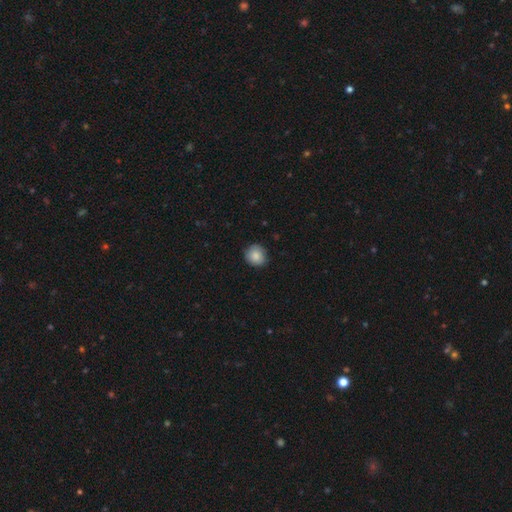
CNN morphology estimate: A smooth galaxy with no disk features (86%) that is round (87%). Merging: none (86%).